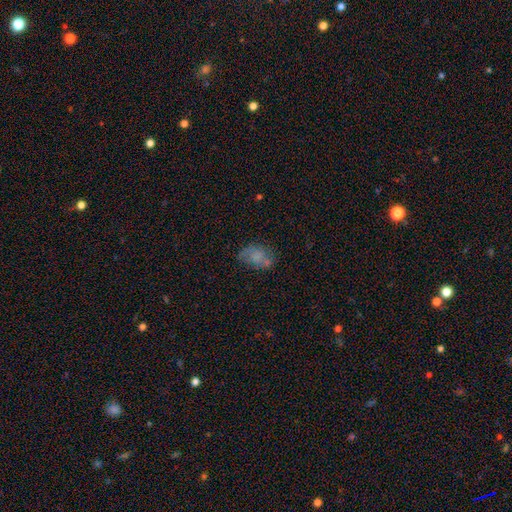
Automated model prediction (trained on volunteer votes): Overall: smooth (62%; featured or disk 27%). How rounded: in between (86%). Merging: none (50%; minor disturbance 25%).